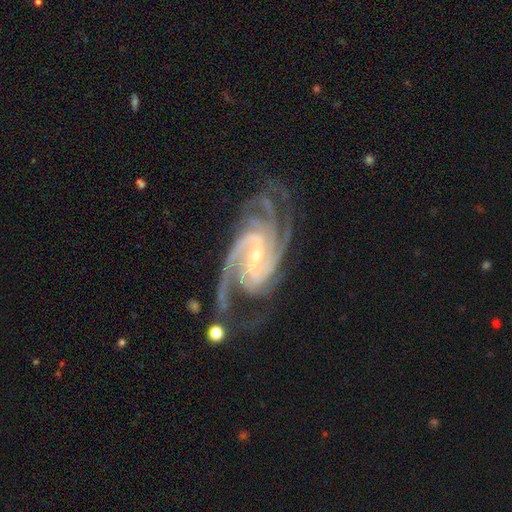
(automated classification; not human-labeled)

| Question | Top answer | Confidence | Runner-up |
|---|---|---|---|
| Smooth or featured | featured or disk | 94% | star or artifact (4%) |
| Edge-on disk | no | 97% | yes (3%) |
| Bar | weak | 44% | strong (36%) |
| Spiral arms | yes | 99% | no (1%) |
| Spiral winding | tight | 54% | medium (40%) |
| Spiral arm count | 4 | 35% | 3 (26%) |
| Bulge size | small | 63% | moderate (34%) |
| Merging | none | 68% | minor disturbance (19%) |